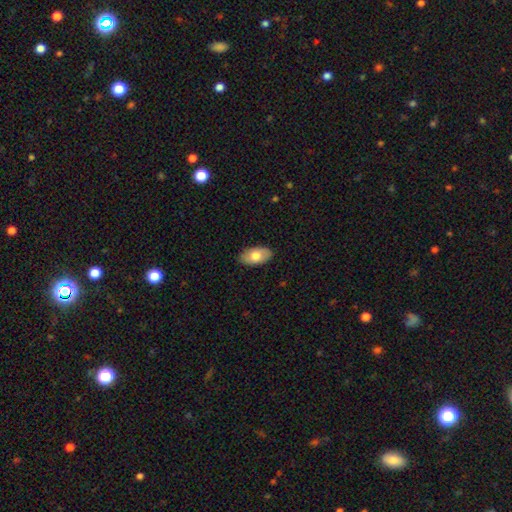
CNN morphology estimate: smooth_or_featured: smooth (p=0.75) [alt: featured or disk p=0.19]
how_rounded: in between (p=0.94) [alt: round p=0.04]
merging: none (p=0.87) [alt: minor disturbance p=0.10]